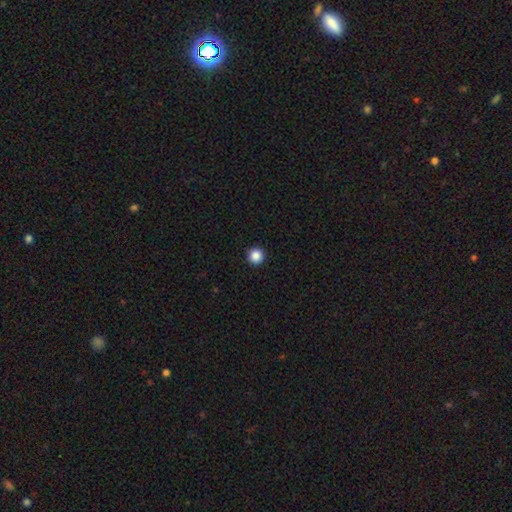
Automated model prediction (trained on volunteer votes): The model was most divided on "smooth or featured": smooth: 87%, star or artifact: 10%, featured or disk: 3%. More confident: how rounded — round (96%); merging — none (94%).